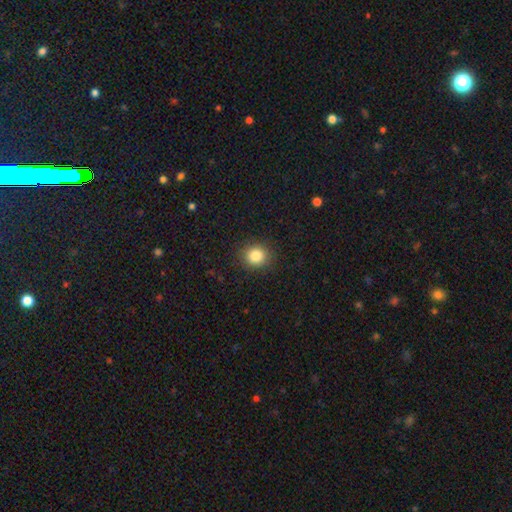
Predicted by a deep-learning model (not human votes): This is clearly a smooth galaxy (84%). How rounded: clearly round (83%). Merging: clearly none (90%).